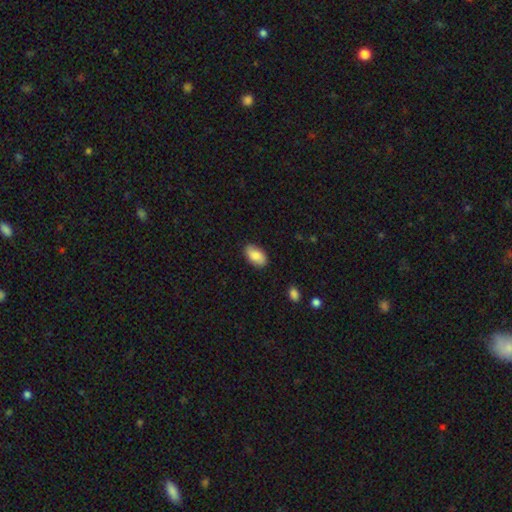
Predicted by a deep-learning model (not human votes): A smooth galaxy with no disk features (84%) that is in between round and cigar-shaped (94%).

Vote fractions:
- Smooth or featured? smooth: 84% / featured or disk: 9% / star or artifact: 6%
- How rounded? in between: 94% / round: 5% / cigar-shaped: 2%
- Merging? none: 85% / minor disturbance: 11% / major disturbance: 2% / merger: 1%